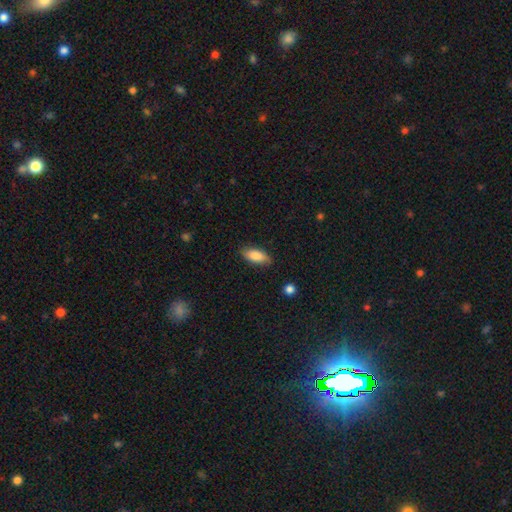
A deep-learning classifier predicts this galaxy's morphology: This is clearly a smooth galaxy (84%). How rounded: clearly in between (83%). Merging: clearly none (82%).